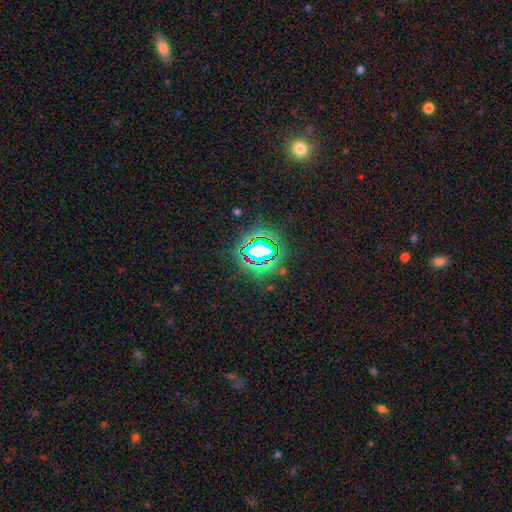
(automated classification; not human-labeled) A star or artifact, not a galaxy (81%).

Vote fractions:
- Smooth or featured? star or artifact: 81% / smooth: 12% / featured or disk: 7%